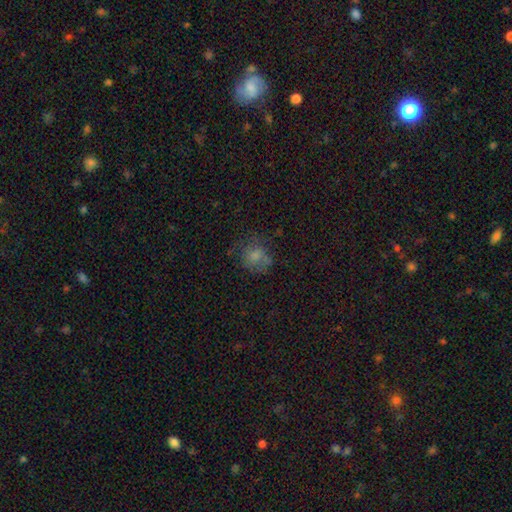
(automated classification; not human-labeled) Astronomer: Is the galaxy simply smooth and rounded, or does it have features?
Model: smooth — 68%.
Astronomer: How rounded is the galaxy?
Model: round — 73%.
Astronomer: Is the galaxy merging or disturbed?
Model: none — 54%.